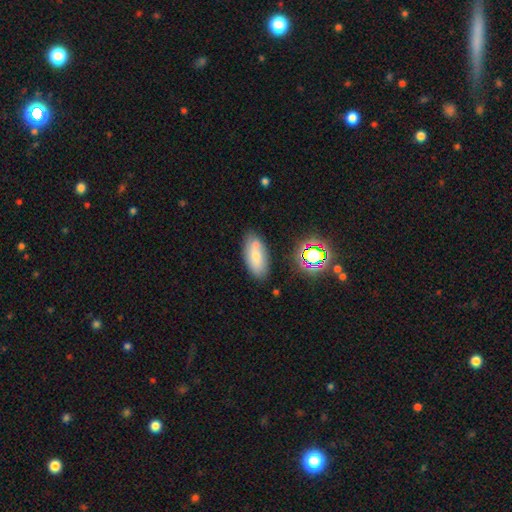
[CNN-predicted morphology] smooth_or_featured: smooth (p=0.62) [alt: featured or disk p=0.26]
how_rounded: in between (p=0.85) [alt: cigar-shaped p=0.12]
merging: none (p=0.70) [alt: minor disturbance p=0.17]